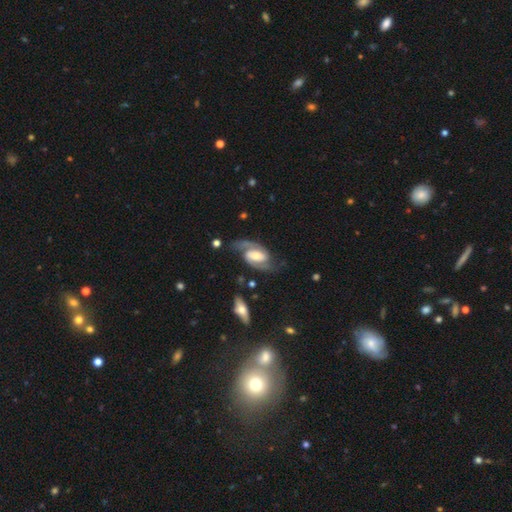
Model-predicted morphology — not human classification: This appears to be a featured or disk galaxy (87%) with a weak bar (43%), 2 (91%) medium (54%) spiral arms (96%) and a moderate central bulge (54%). Merging: none (70%).